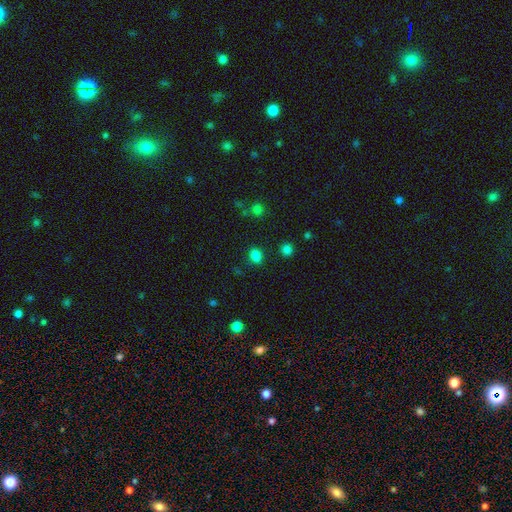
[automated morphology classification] Smooth or featured?
  - smooth: 82% *
  - star or artifact: 14%
  - featured or disk: 4%
How rounded?
  - in between: 56% *
  - round: 43%
  - cigar-shaped: 1%
Merging?
  - none: 85% *
  - minor disturbance: 10%
  - major disturbance: 3%
  - merger: 3%